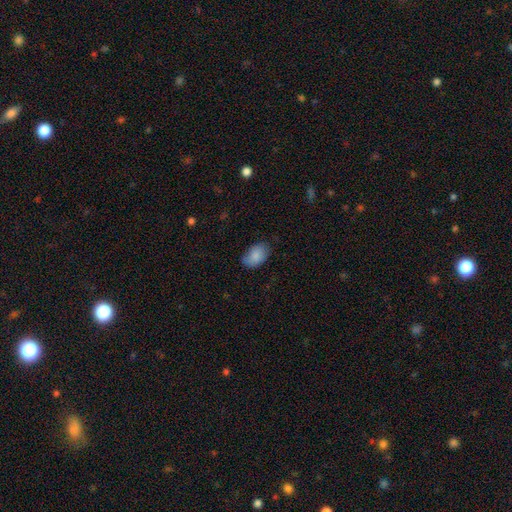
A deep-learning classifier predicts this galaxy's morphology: Smooth or featured? smooth (86%)
How rounded? in between (90%)
Merging? none (74%)